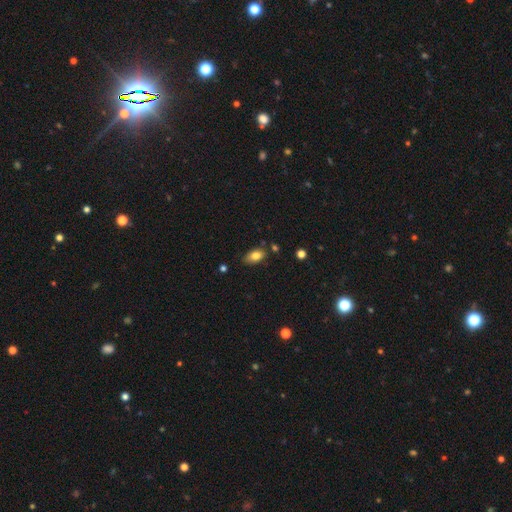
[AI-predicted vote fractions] Smooth or featured? Predicted: smooth (p=0.81). How rounded? Predicted: in between (p=0.90). Merging? Predicted: none (p=0.75).